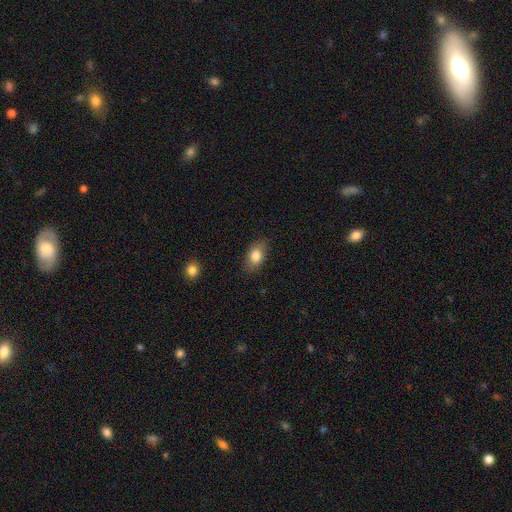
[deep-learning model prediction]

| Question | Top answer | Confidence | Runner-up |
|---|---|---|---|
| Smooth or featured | smooth | 81% | featured or disk (11%) |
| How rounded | in between | 84% | round (13%) |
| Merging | none | 83% | minor disturbance (13%) |